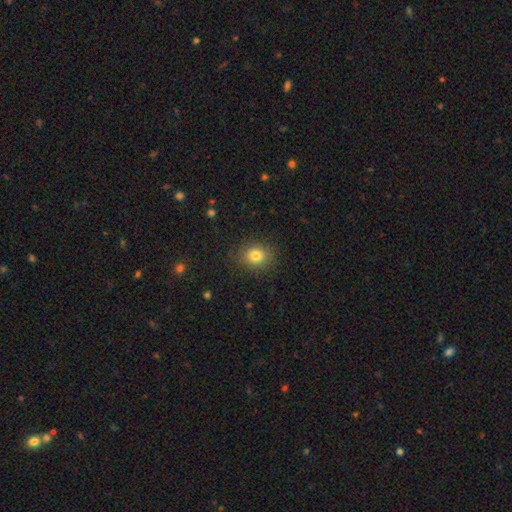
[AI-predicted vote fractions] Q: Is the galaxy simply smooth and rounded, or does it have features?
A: smooth — 81%.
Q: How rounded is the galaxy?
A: round — 63%.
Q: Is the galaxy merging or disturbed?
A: none — 86%.